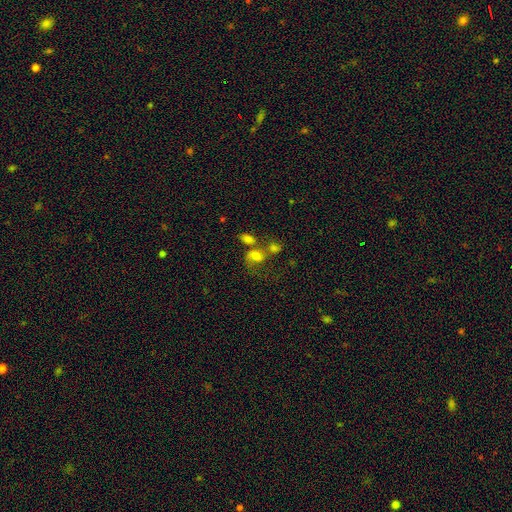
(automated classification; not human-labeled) Overall: smooth (63%). How rounded: in between (63%; round 35%). Merging: merger (50%; none 24%).